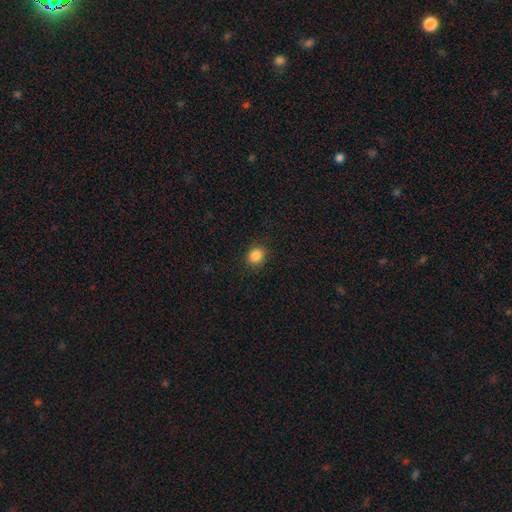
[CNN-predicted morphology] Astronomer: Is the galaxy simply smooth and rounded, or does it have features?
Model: smooth — 86%.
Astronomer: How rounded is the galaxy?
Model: round — 61% (runner-up: in between, 38%).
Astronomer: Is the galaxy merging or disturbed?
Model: none — 87%.